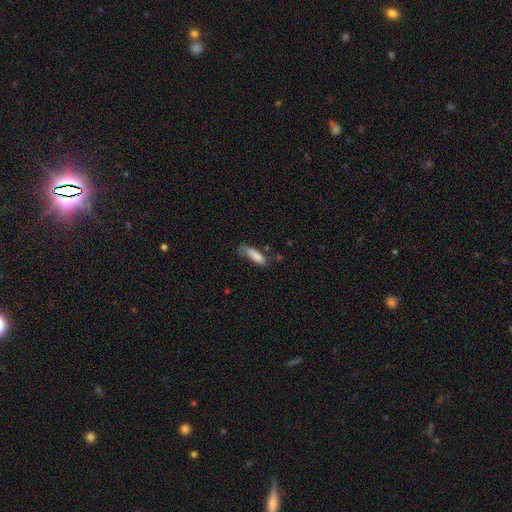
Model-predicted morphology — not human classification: smooth 84%, featured or disk 9%, star or artifact 7%. Down the decision tree: how rounded — cigar-shaped (55%); merging — none (51%).